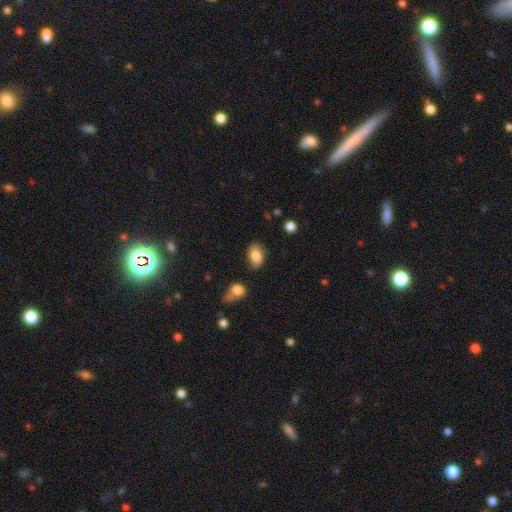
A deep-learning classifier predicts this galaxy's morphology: A smooth galaxy with no disk features (82%) that is in between round and cigar-shaped (86%).

Vote fractions:
- Smooth or featured? smooth: 82% / featured or disk: 10% / star or artifact: 8%
- How rounded? in between: 86% / round: 13% / cigar-shaped: 1%
- Merging? none: 75% / minor disturbance: 17% / major disturbance: 4% / merger: 4%